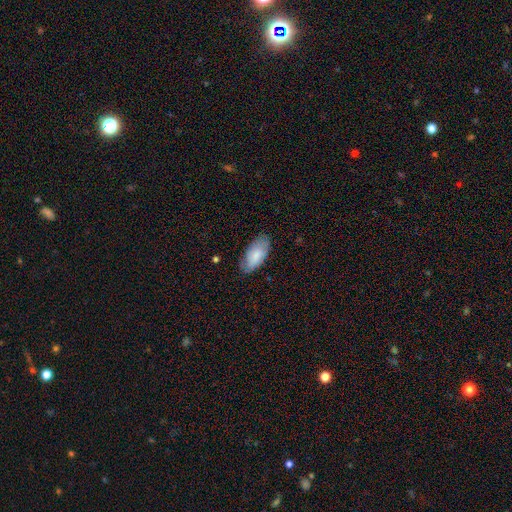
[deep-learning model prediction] Q: Smooth or featured?
A: smooth (79%); runner-up: featured or disk (15%)
Q: How rounded?
A: in between (93%); runner-up: cigar-shaped (5%)
Q: Merging?
A: none (75%); runner-up: minor disturbance (20%)